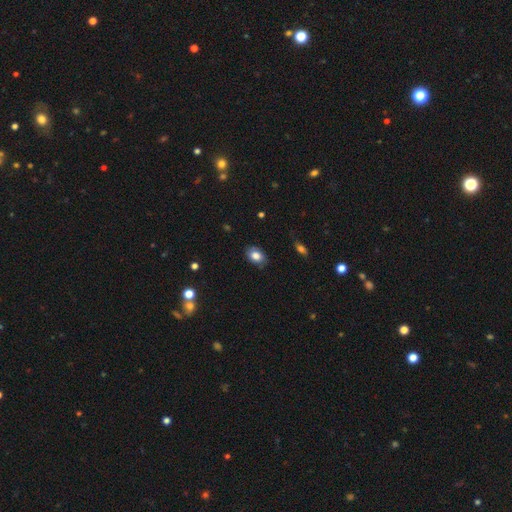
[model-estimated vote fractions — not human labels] Smooth or featured?
  - smooth: 81% *
  - featured or disk: 11%
  - star or artifact: 8%
How rounded?
  - in between: 78% *
  - round: 21%
  - cigar-shaped: 1%
Merging?
  - none: 81% *
  - minor disturbance: 15%
  - major disturbance: 3%
  - merger: 1%